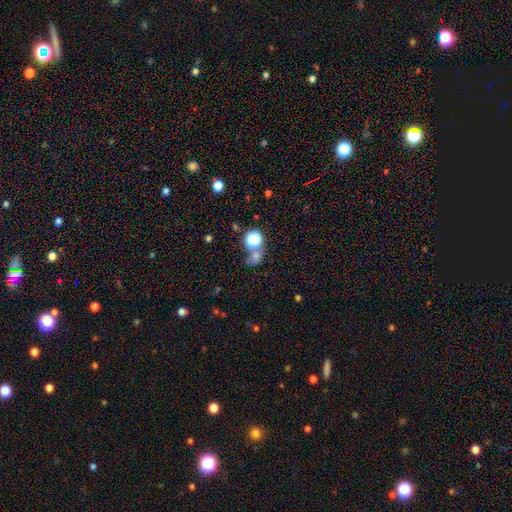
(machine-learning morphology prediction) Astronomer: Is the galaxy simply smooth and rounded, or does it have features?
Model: smooth — 51% (runner-up: star or artifact, 38%).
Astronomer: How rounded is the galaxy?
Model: round — 68%.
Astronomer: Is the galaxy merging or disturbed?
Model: none — 54%.